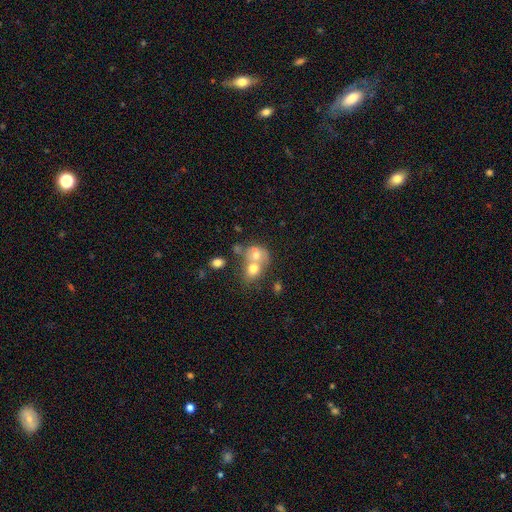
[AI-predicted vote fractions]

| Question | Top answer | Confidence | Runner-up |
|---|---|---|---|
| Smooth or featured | smooth | 57% | featured or disk (29%) |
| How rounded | round | 54% | in between (45%) |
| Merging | merger | 63% | none (24%) |